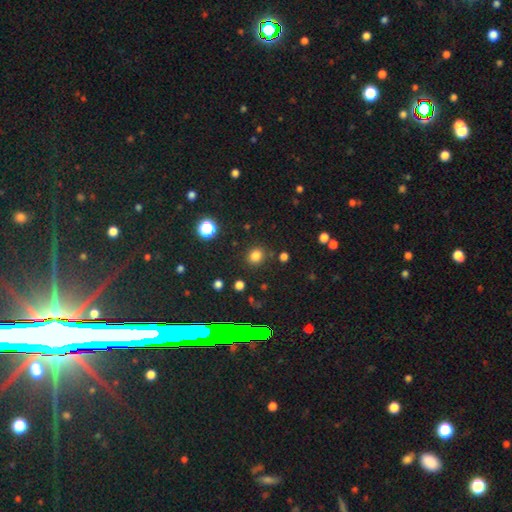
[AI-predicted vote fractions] Smooth or featured? smooth (77%)
How rounded? round (79%)
Merging? none (85%)